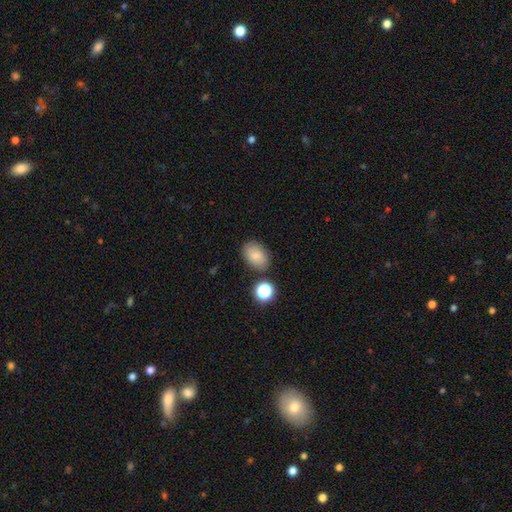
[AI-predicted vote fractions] Q: Smooth or featured?
A: smooth (77%); runner-up: featured or disk (13%)
Q: How rounded?
A: in between (79%); runner-up: round (20%)
Q: Merging?
A: none (78%); runner-up: minor disturbance (13%)